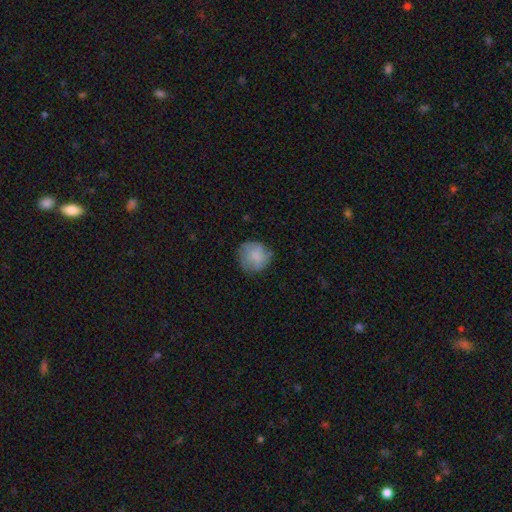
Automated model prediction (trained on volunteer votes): Smooth or featured? smooth (69%)
How rounded? round (85%)
Merging? none (67%)